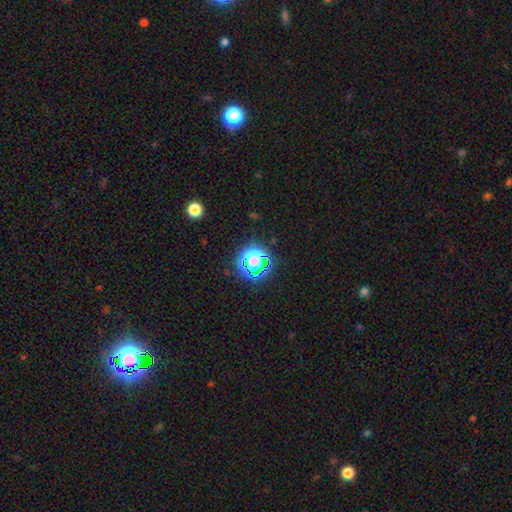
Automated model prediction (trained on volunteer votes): A star or artifact, not a galaxy (74%).

Vote fractions:
- Smooth or featured? star or artifact: 74% / smooth: 19% / featured or disk: 7%